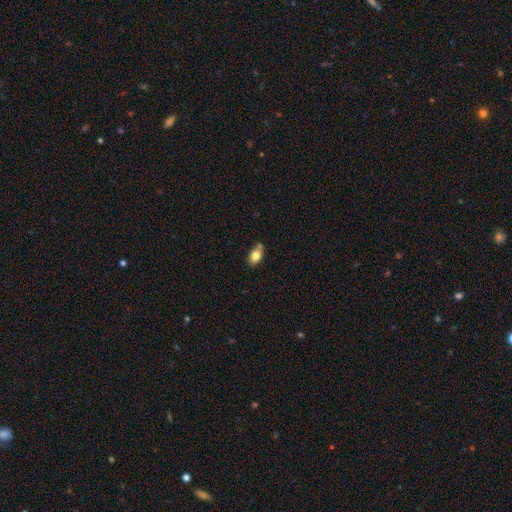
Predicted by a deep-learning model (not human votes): This is likely a smooth galaxy (77%). How rounded: clearly in between (82%). Merging: possibly none (60%).